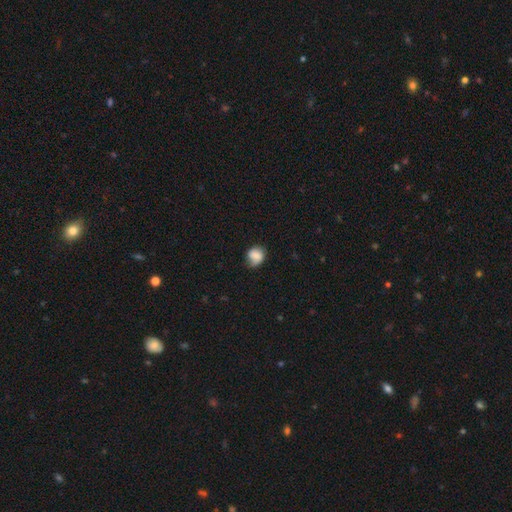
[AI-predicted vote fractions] smooth-or-featured: smooth: 72% | featured or disk: 20% | star or artifact: 9%
  how-rounded: round: 63% | in between: 36% | cigar-shaped: 1%
  merging: none: 52% | minor disturbance: 33% | major disturbance: 12% | merger: 3%